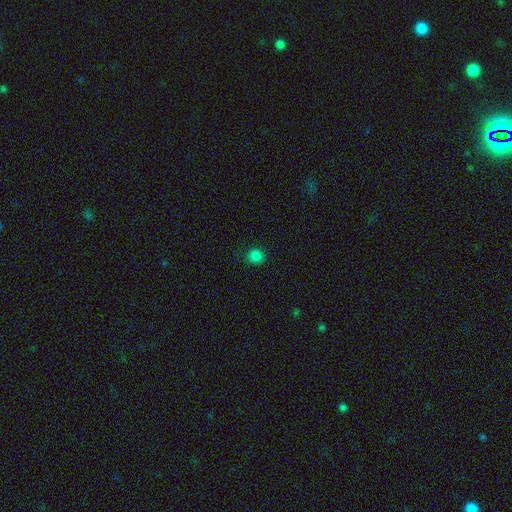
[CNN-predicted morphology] Overall: smooth (82%). How rounded: round (86%). Merging: none (88%).